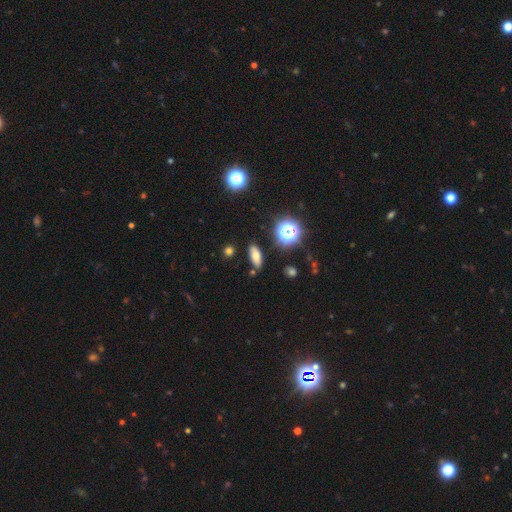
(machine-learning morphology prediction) Smooth or featured: smooth — 68% (star or artifact — 18%)
How rounded: in between — 70% (cigar-shaped — 22%)
Merging: none — 84% (minor disturbance — 10%)